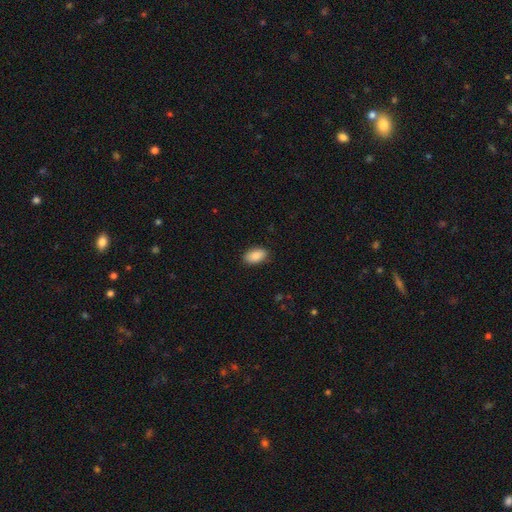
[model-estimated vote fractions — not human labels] smooth 89%, star or artifact 7%, featured or disk 4%. Down the decision tree: how rounded — in between (93%); merging — none (87%).